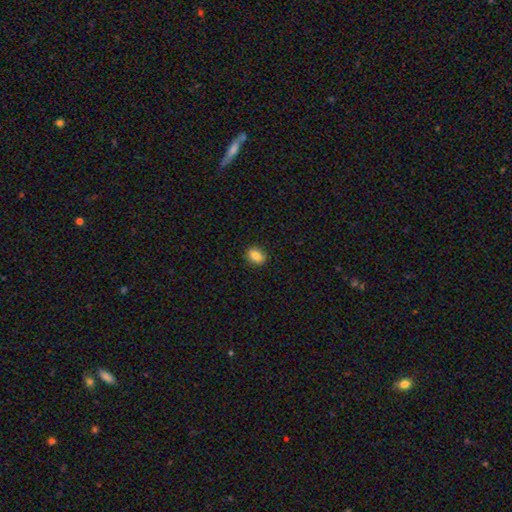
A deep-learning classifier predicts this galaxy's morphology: smooth_or_featured: smooth (p=0.85) [alt: star or artifact p=0.09]
how_rounded: in between (p=0.68) [alt: round p=0.30]
merging: none (p=0.89) [alt: minor disturbance p=0.08]